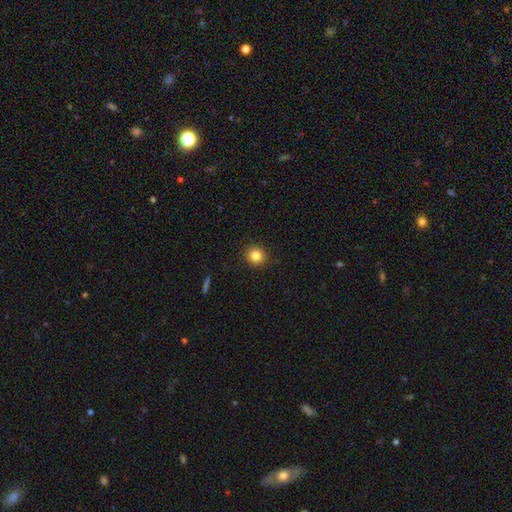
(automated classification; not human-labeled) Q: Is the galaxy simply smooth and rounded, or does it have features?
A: smooth — 83%.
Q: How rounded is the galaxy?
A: round — 92%.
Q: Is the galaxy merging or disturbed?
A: none — 92%.